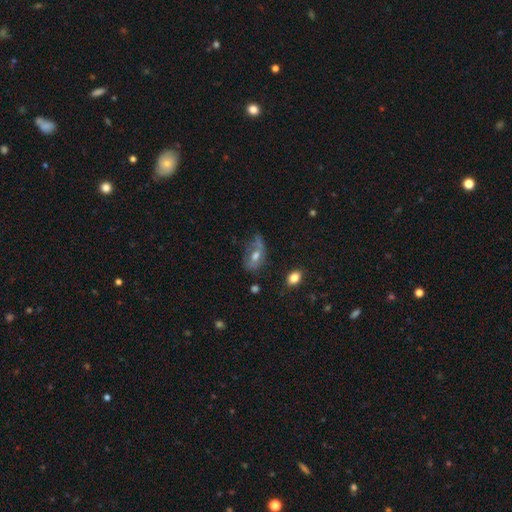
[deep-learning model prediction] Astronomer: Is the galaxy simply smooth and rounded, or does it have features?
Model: featured or disk — 45% (runner-up: smooth, 43%).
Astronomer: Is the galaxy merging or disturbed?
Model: none — 39% (runner-up: minor disturbance, 29%).